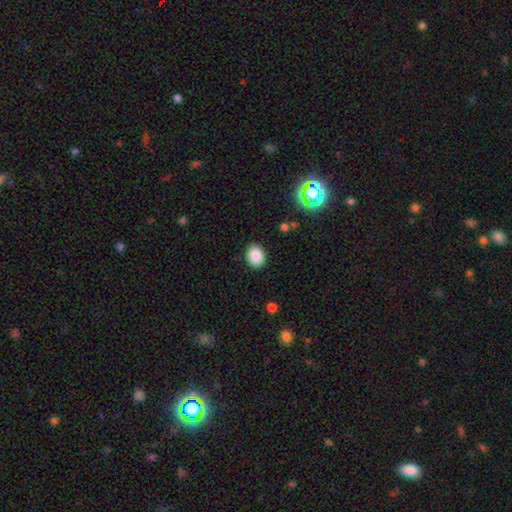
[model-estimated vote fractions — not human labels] Overall: smooth (87%). How rounded: in between (65%; round 35%). Merging: none (88%).